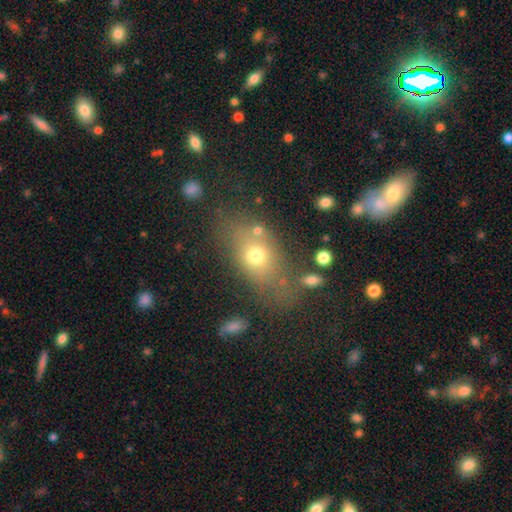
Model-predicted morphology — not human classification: Smooth or featured? smooth (65%)
How rounded? in between (72%)
Merging? none (59%)